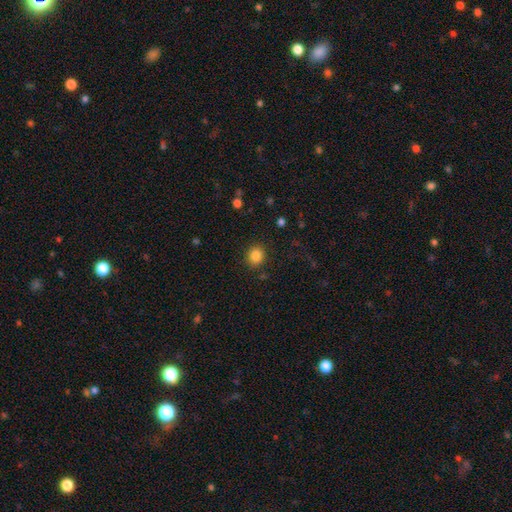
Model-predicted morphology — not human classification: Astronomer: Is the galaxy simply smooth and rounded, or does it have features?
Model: smooth — 85%.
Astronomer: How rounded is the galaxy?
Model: round — 76%.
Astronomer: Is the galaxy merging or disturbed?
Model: none — 88%.